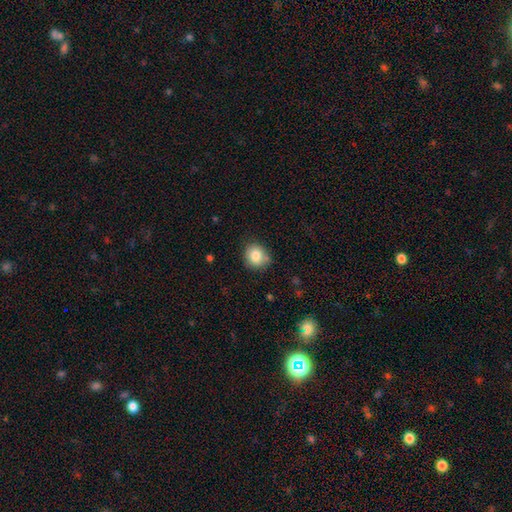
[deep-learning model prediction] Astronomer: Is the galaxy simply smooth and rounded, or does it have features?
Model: smooth — 84%.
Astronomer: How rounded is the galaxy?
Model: round — 79%.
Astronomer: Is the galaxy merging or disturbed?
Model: none — 77%.